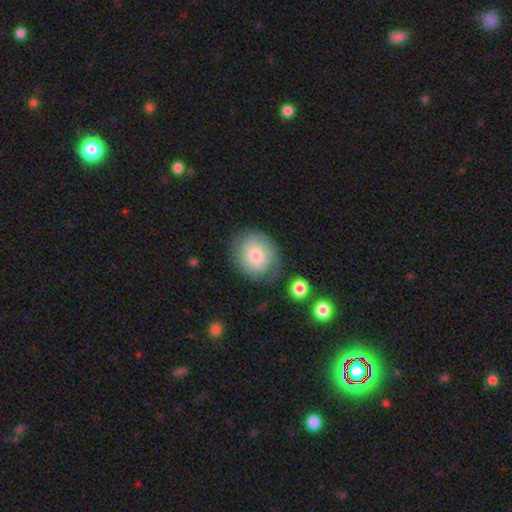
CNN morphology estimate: smooth 61%, featured or disk 32%, star or artifact 7%. Down the decision tree: how rounded — round (66%); merging — none (66%).